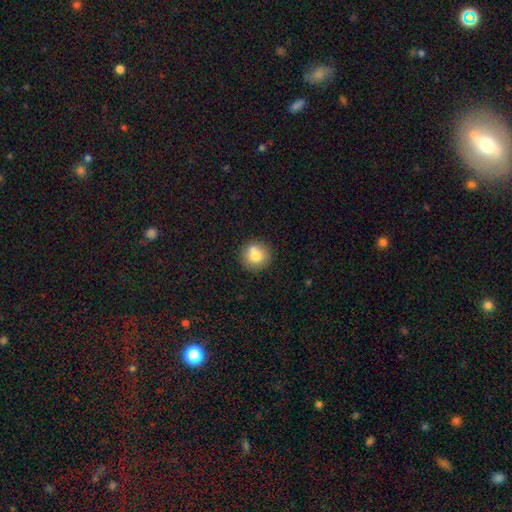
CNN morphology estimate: A smooth galaxy with no disk features (77%) that is round (92%). Merging: none (73%).